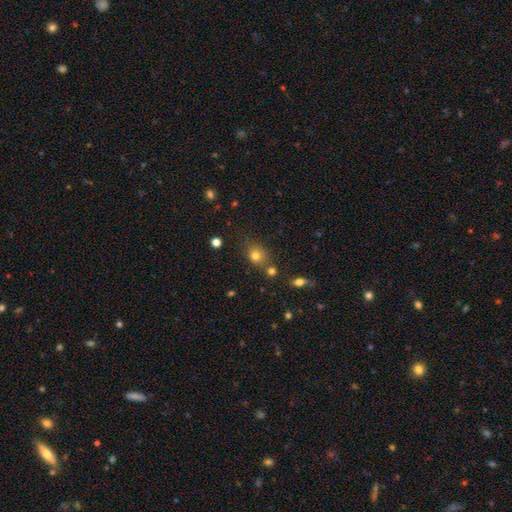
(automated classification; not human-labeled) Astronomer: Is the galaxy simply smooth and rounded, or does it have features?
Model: smooth — 77%.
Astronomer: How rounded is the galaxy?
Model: round — 65%.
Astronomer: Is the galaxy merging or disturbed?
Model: none — 66%.